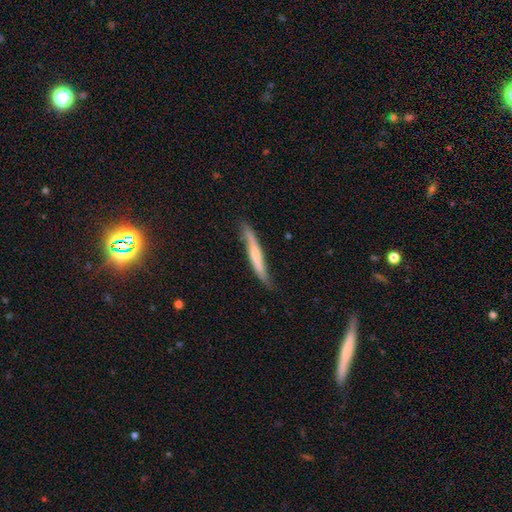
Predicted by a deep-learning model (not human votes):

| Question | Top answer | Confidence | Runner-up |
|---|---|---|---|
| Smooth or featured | smooth | 51% | featured or disk (44%) |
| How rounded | cigar-shaped | 95% | in between (4%) |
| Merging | none | 70% | minor disturbance (24%) |